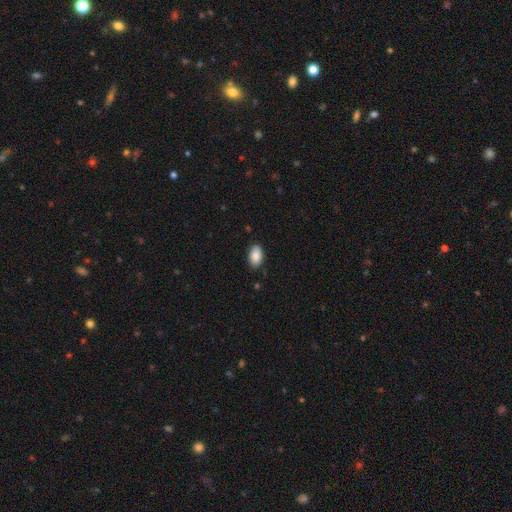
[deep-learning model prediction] A smooth galaxy with no disk features (88%) that is in between round and cigar-shaped (93%).

Vote fractions:
- Smooth or featured? smooth: 88% / star or artifact: 7% / featured or disk: 5%
- How rounded? in between: 93% / round: 6% / cigar-shaped: 1%
- Merging? none: 86% / minor disturbance: 11% / major disturbance: 2% / merger: 1%